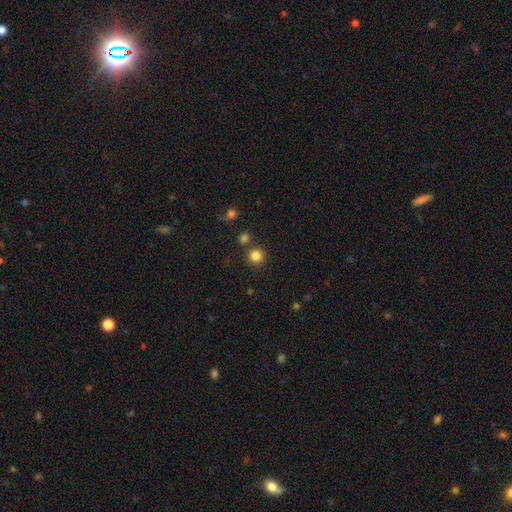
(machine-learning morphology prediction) Smooth or featured? smooth (83%)
How rounded? round (95%)
Merging? none (84%)